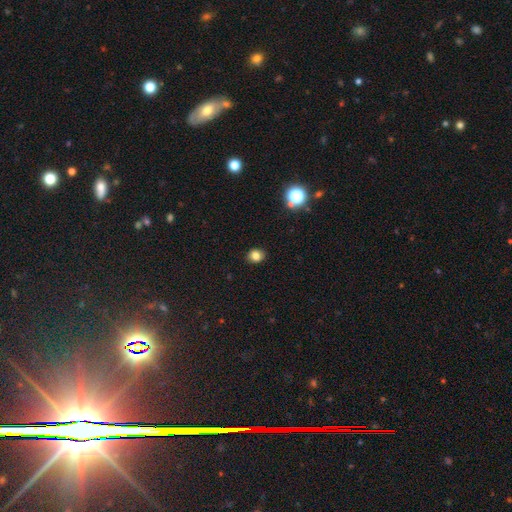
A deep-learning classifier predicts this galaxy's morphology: Overall: smooth (80%). How rounded: round (66%; in between 33%). Merging: none (89%).